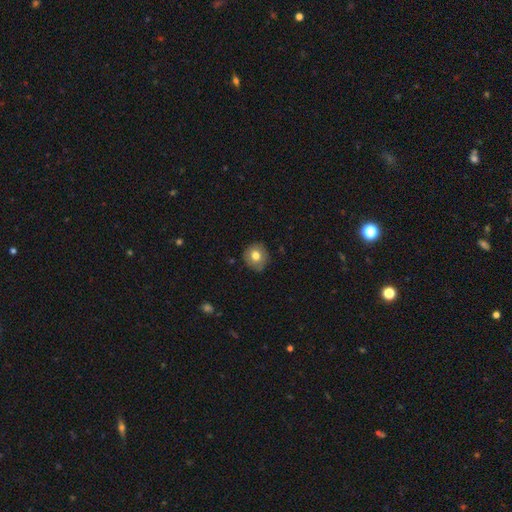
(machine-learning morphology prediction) smooth_or_featured: smooth (p=0.75) [alt: featured or disk p=0.16]
how_rounded: round (p=0.88) [alt: in between p=0.11]
merging: none (p=0.83) [alt: minor disturbance p=0.13]